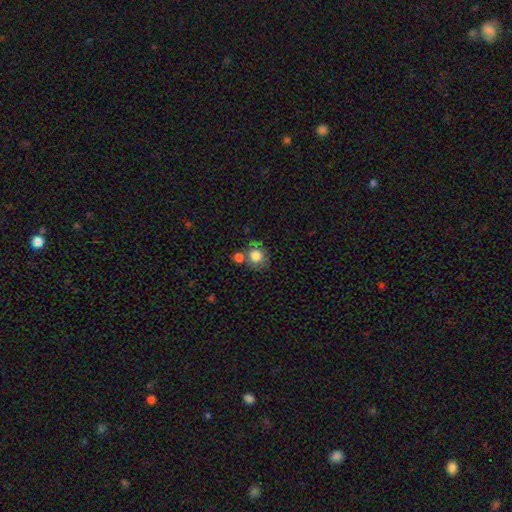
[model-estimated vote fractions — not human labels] A smooth galaxy with no disk features (78%) that is round (79%). Merging: none (54%).